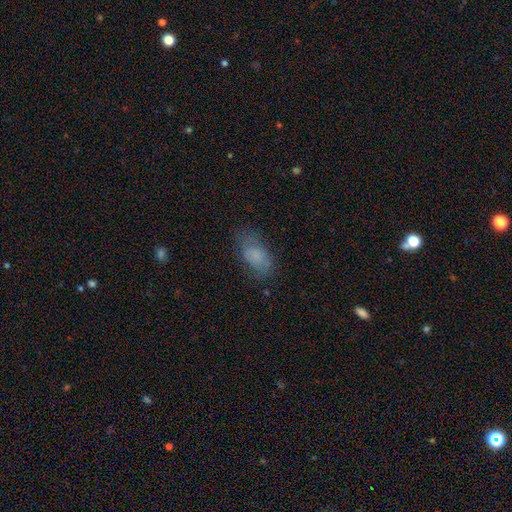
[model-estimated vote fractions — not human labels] The model was most divided on "merging": none: 64%, minor disturbance: 23%, major disturbance: 12%, merger: 2%. More confident: how rounded — in between (90%); smooth or featured — smooth (67%).